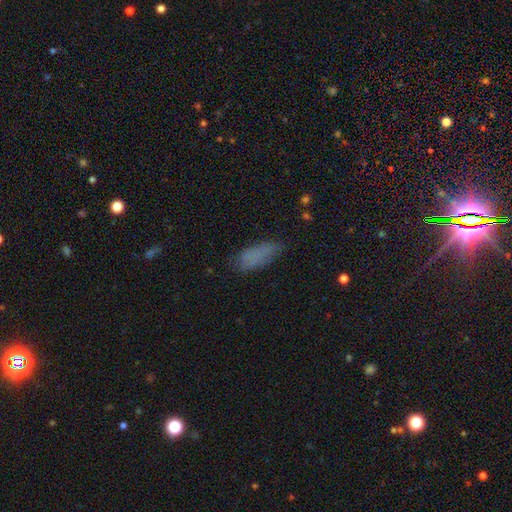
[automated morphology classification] smooth_or_featured: smooth (p=0.76) [alt: featured or disk p=0.12]
how_rounded: in between (p=0.66) [alt: cigar-shaped p=0.32]
merging: none (p=0.68) [alt: minor disturbance p=0.22]